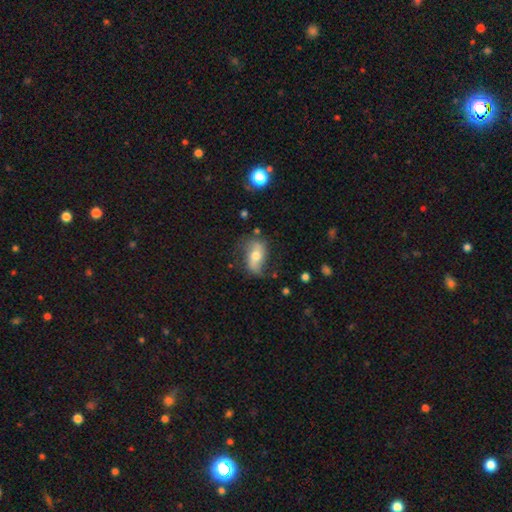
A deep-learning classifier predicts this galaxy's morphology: A featured or disk galaxy (61%) with no bar (51%), spiral arms (85%) and a moderate central bulge (67%). Merging: none (63%).